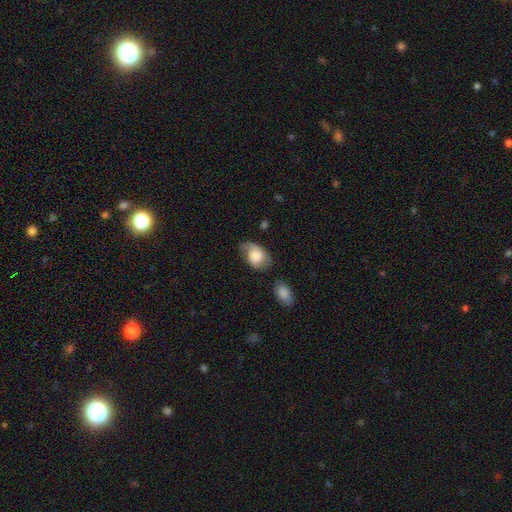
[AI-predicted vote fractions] smooth 64%, featured or disk 28%, star or artifact 8%. Down the decision tree: how rounded — in between (78%); merging — none (41%).